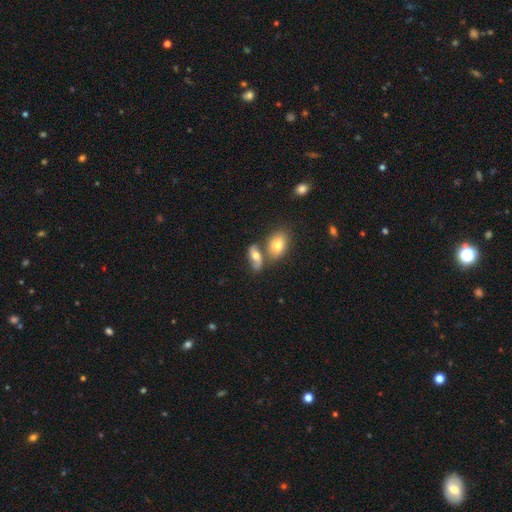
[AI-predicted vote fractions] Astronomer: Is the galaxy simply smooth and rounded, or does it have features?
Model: smooth — 57% (runner-up: featured or disk, 33%).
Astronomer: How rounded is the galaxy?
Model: in between — 84%.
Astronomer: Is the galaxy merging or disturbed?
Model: none — 46% (runner-up: merger, 32%).